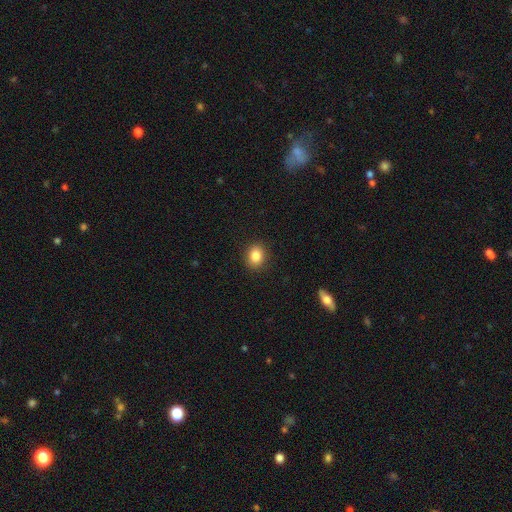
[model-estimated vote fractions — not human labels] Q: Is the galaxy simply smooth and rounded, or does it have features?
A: smooth — 85%.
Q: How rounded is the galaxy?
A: in between — 50%.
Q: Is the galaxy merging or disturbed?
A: none — 90%.